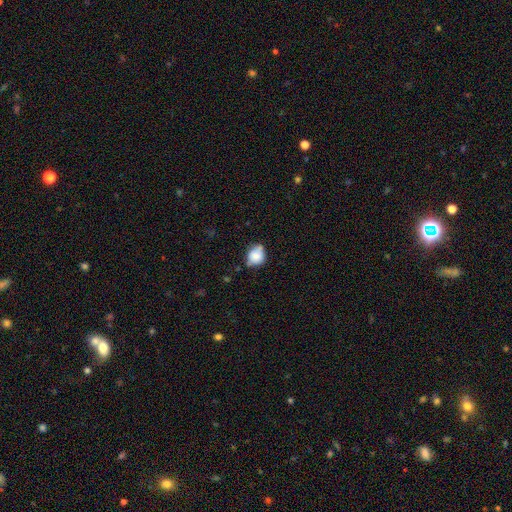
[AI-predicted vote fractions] The model was most divided on "merging": none: 54%, minor disturbance: 31%, merger: 8%, major disturbance: 7%. More confident: smooth or featured — smooth (75%); how rounded — round (64%).